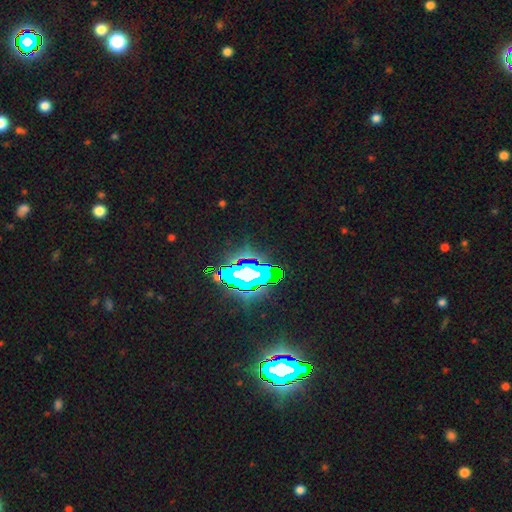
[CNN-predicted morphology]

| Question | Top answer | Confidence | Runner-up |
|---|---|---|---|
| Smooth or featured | star or artifact | 81% | smooth (11%) |